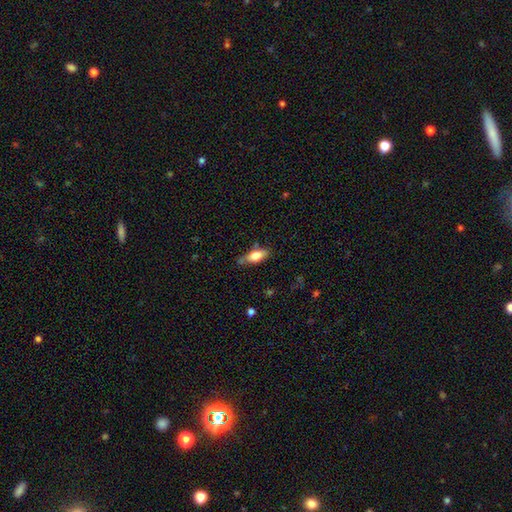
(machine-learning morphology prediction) Q: Smooth or featured?
A: smooth (72%); runner-up: featured or disk (21%)
Q: How rounded?
A: in between (76%); runner-up: cigar-shaped (21%)
Q: Merging?
A: none (65%); runner-up: minor disturbance (25%)